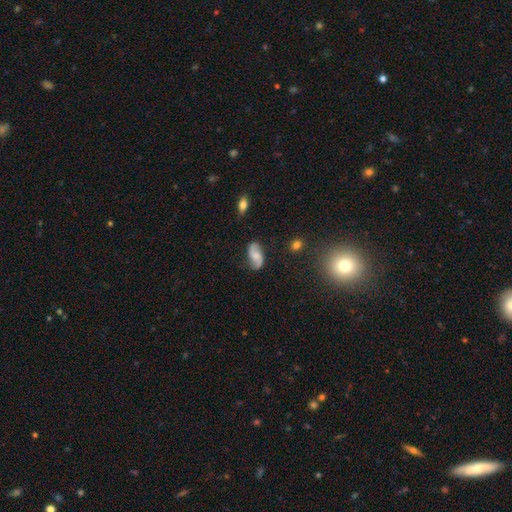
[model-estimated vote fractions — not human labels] Smooth or featured? featured or disk (66%)
Edge-on disk? no (96%)
Bar? no (59%)
Spiral arms? yes (94%)
Spiral winding? loose (56%)
Spiral arm count? 2 (92%)
Bulge size? small (34%, tied with moderate)
Merging? none (76%)